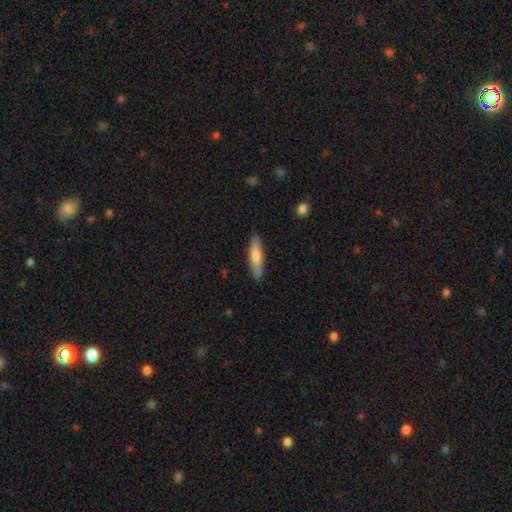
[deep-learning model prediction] Smooth or featured? smooth (66%)
How rounded? cigar-shaped (71%)
Merging? none (84%)